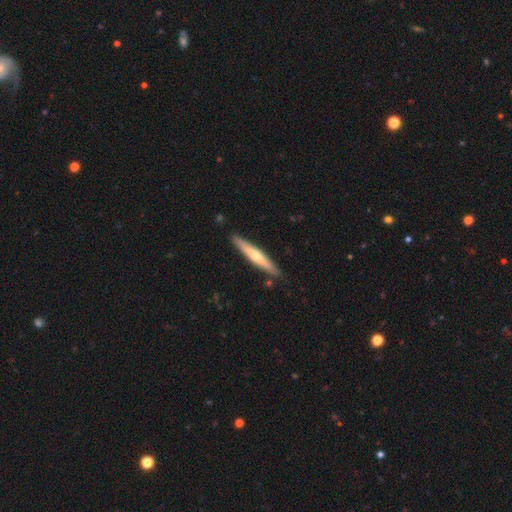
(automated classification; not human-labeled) Smooth or featured? Predicted: smooth (p=0.48). Merging? Predicted: none (p=0.88).